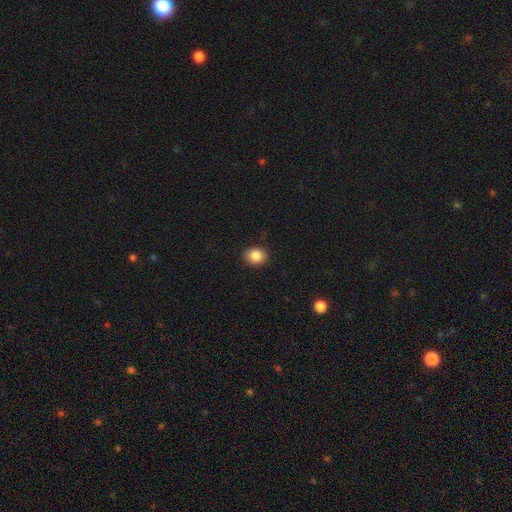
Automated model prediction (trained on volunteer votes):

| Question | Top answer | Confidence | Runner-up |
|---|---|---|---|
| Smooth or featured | smooth | 86% | star or artifact (9%) |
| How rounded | round | 65% | in between (34%) |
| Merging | none | 90% | minor disturbance (7%) |